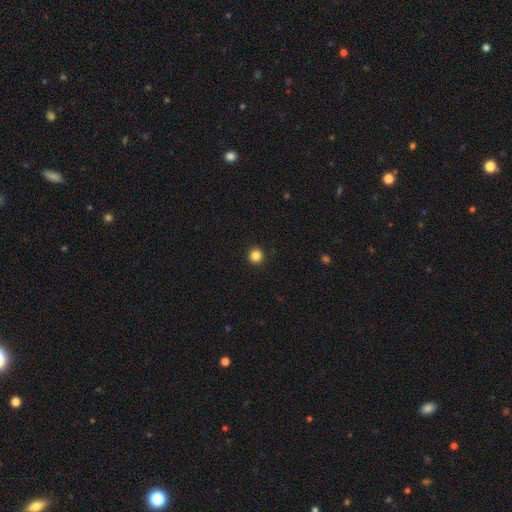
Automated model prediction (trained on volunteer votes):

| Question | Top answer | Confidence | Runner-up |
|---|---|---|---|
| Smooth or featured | smooth | 85% | star or artifact (12%) |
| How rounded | round | 96% | in between (4%) |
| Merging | none | 94% | minor disturbance (4%) |